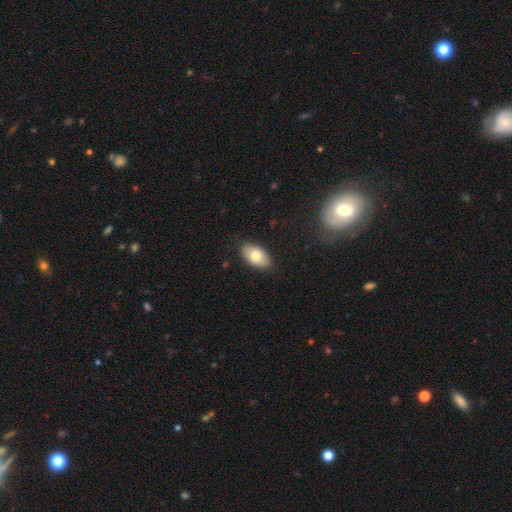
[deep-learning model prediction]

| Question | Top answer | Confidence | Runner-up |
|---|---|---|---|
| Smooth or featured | smooth | 79% | featured or disk (14%) |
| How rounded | in between | 94% | round (4%) |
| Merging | none | 86% | minor disturbance (11%) |